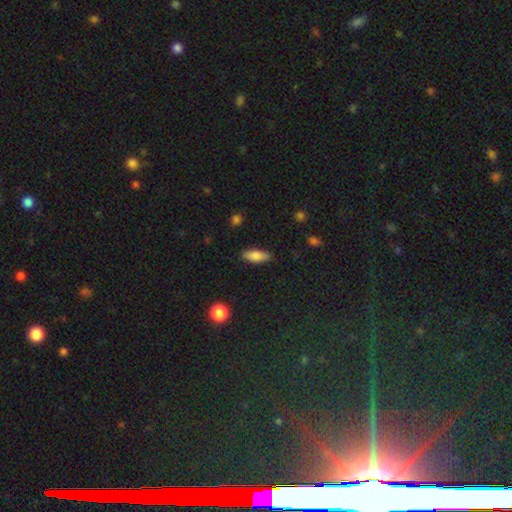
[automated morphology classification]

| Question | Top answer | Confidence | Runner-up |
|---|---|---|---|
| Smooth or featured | smooth | 82% | featured or disk (11%) |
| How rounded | in between | 73% | cigar-shaped (25%) |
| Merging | none | 85% | minor disturbance (12%) |